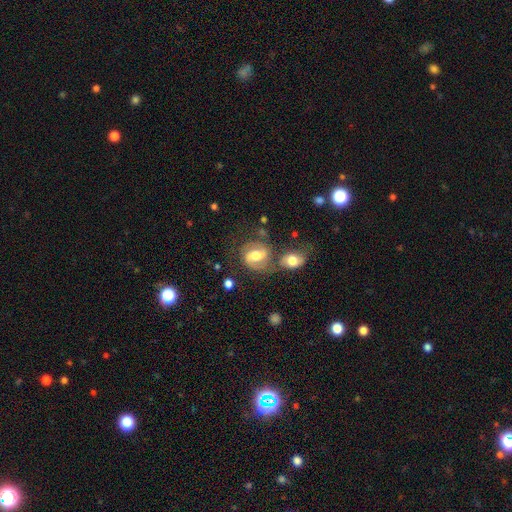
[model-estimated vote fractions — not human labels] Smooth or featured? Predicted: featured or disk (p=0.67). Edge-on disk? Predicted: no (p=0.97). Bar? Predicted: weak (p=0.45). Spiral arms? Predicted: yes (p=0.87). Spiral winding? Predicted: medium (p=0.51). Spiral arm count? Predicted: 2 (p=0.84). Bulge size? Predicted: moderate (p=0.66). Merging? Predicted: none (p=0.50).